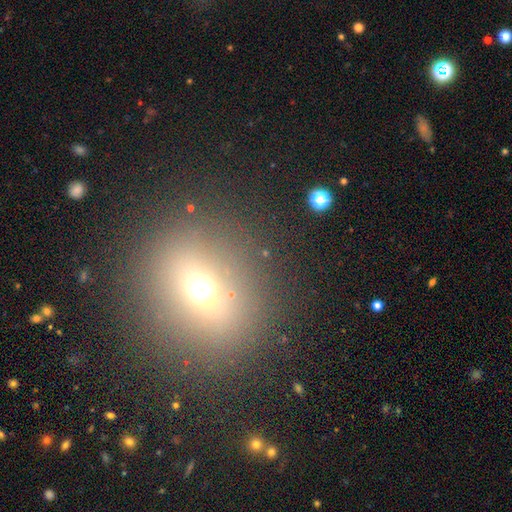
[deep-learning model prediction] The model was most divided on "how rounded": round: 64%, in between: 32%, cigar-shaped: 4%. More confident: merging — none (85%); smooth or featured — smooth (56%).